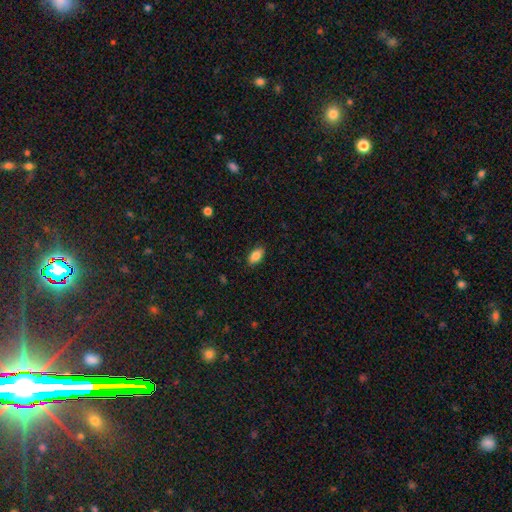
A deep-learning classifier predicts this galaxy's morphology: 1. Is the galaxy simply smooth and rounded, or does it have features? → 86% smooth, 8% star or artifact, 6% featured or disk.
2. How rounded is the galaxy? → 91% in between, 6% round, 3% cigar-shaped.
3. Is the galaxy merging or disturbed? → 87% none, 10% minor disturbance, 2% major disturbance, 1% merger.